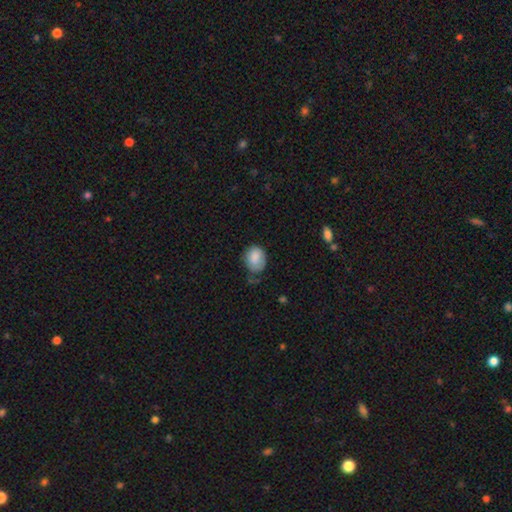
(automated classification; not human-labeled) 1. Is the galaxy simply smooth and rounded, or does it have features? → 84% smooth, 9% featured or disk, 7% star or artifact.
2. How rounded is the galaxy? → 56% in between, 43% round, 1% cigar-shaped.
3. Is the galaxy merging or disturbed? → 47% none, 36% minor disturbance, 14% major disturbance, 4% merger.